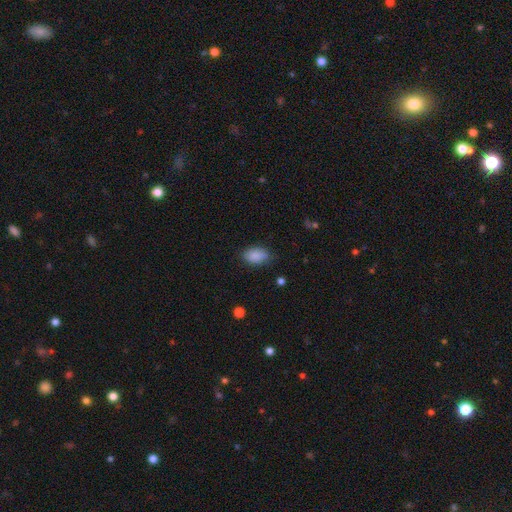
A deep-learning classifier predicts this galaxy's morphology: smooth_or_featured: smooth (p=0.87) [alt: star or artifact p=0.08]
how_rounded: in between (p=0.89) [alt: round p=0.10]
merging: none (p=0.74) [alt: minor disturbance p=0.20]